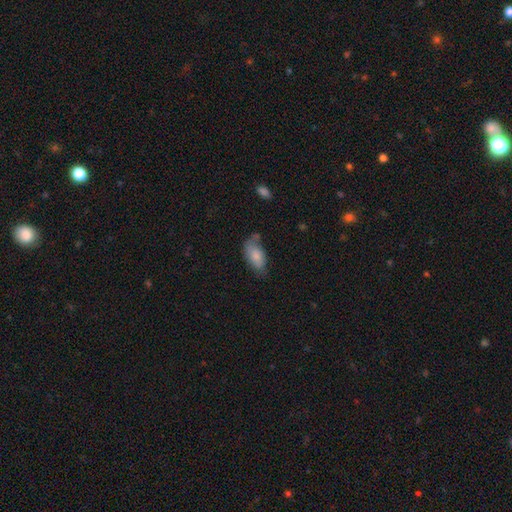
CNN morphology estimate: Q: Smooth or featured?
A: smooth (78%); runner-up: featured or disk (15%)
Q: How rounded?
A: in between (93%); runner-up: cigar-shaped (3%)
Q: Merging?
A: none (47%); runner-up: minor disturbance (32%)